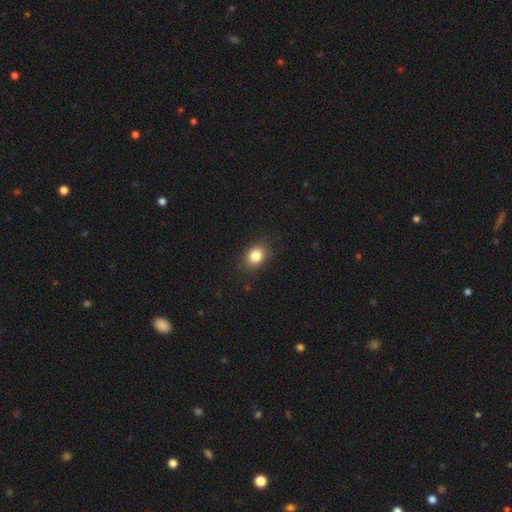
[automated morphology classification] Smooth or featured: smooth — 83% (star or artifact — 10%)
How rounded: in between — 50% (round — 49%)
Merging: none — 84% (minor disturbance — 12%)